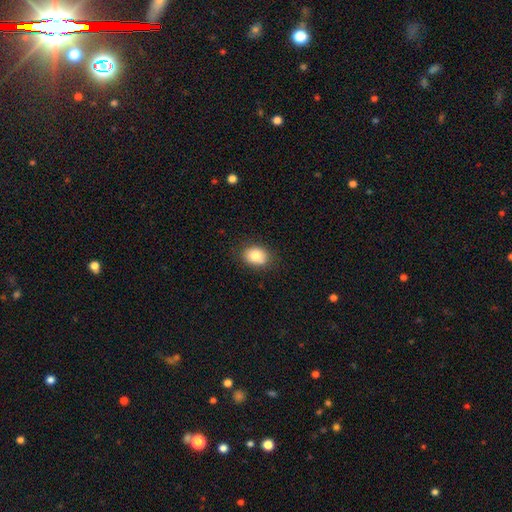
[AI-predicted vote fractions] Smooth or featured? smooth (81%)
How rounded? in between (60%)
Merging? none (83%)